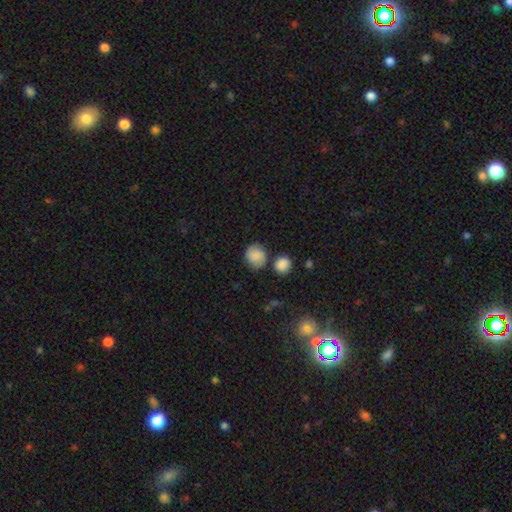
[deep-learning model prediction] Morphology: type=smooth (83%); roundness=round (80%); merging=none (68%).